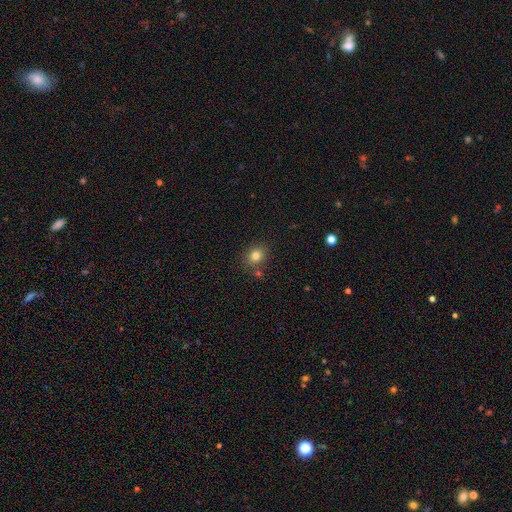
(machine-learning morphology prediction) The model was most divided on "how rounded": round: 66%, in between: 33%, cigar-shaped: 1%. More confident: smooth or featured — smooth (80%); merging — none (76%).